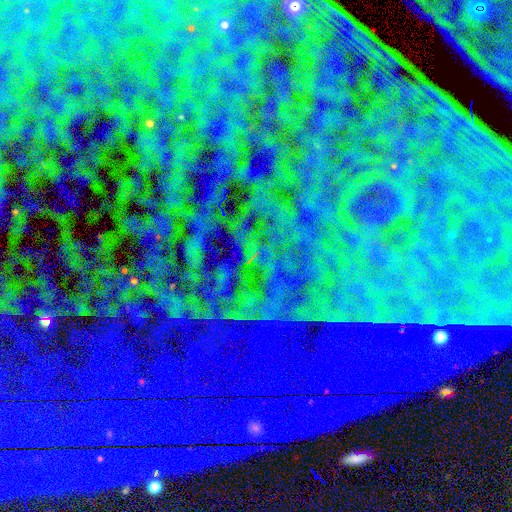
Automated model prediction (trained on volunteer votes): Smooth or featured? Predicted: star or artifact (p=0.87).